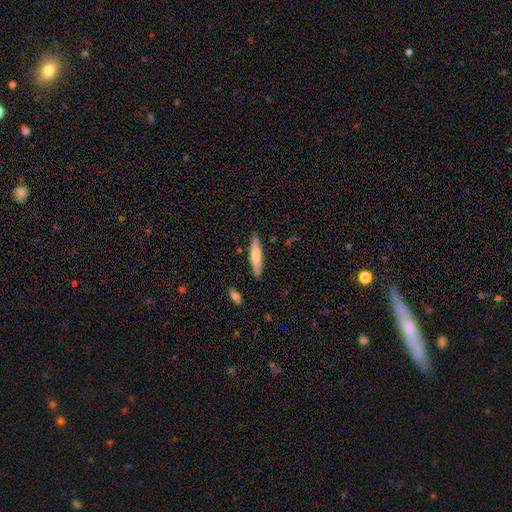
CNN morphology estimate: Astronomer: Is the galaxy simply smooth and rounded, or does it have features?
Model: smooth — 68%.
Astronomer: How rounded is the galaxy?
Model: cigar-shaped — 88%.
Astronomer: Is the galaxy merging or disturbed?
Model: none — 88%.